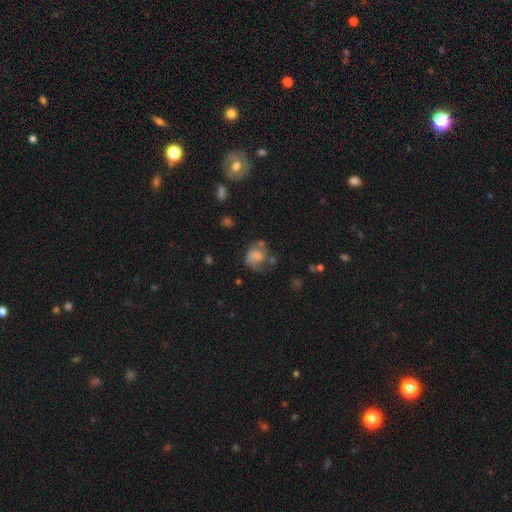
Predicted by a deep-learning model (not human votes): This appears to be a smooth galaxy with no disk features (47%). Merging: none (37%).